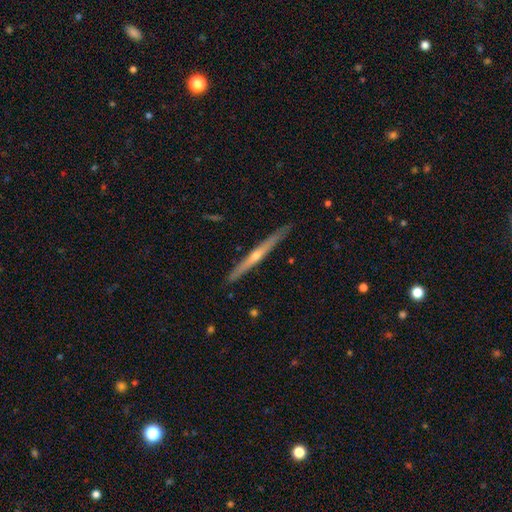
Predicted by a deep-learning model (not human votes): Q: Smooth or featured?
A: featured or disk (75%); runner-up: smooth (19%)
Q: Edge-on disk?
A: yes (98%); runner-up: no (2%)
Q: Edge-on bulge?
A: rounded (74%); runner-up: none (23%)
Q: Merging?
A: none (91%); runner-up: minor disturbance (7%)